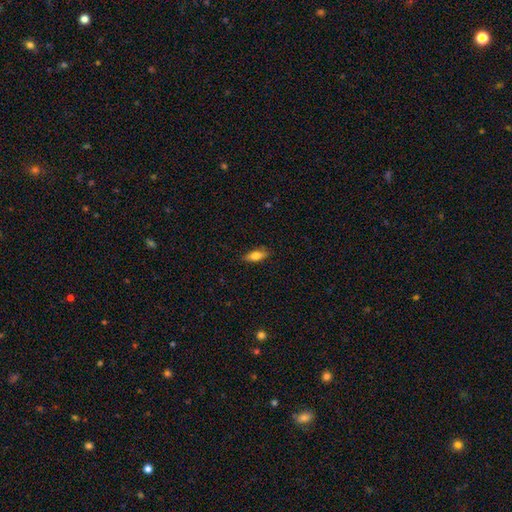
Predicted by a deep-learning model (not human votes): This appears to be a smooth galaxy with no disk features (77%) that is in between round and cigar-shaped (72%). Merging: none (84%).